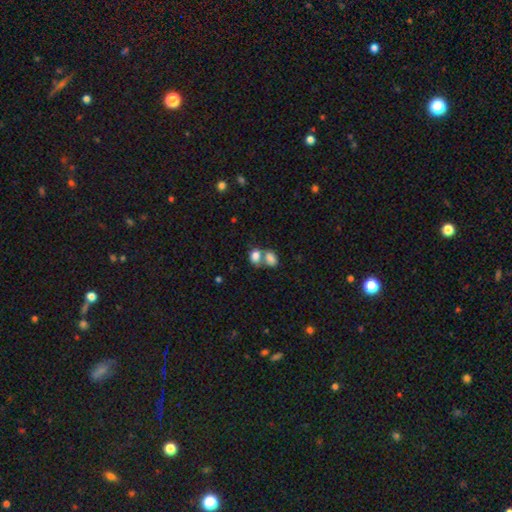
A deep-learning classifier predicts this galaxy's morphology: smooth 81%, featured or disk 10%, star or artifact 9%. Down the decision tree: how rounded — in between (74%); merging — merger (61%).